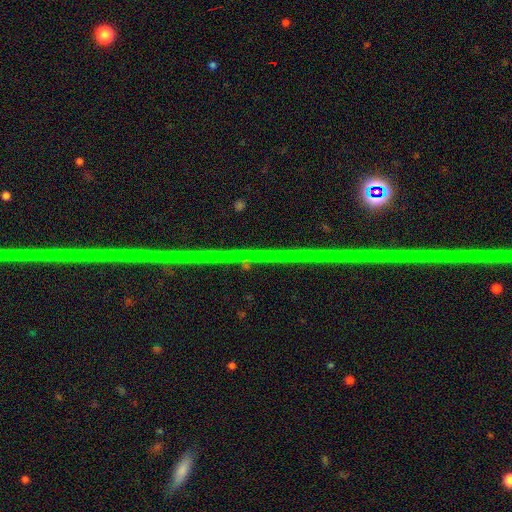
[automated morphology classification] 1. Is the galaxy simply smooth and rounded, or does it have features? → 79% star or artifact, 13% featured or disk, 7% smooth.